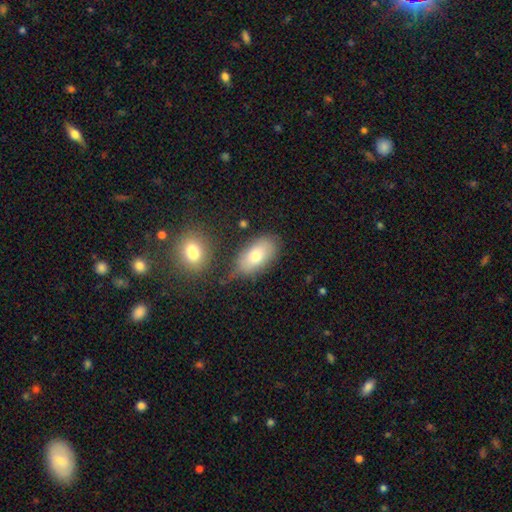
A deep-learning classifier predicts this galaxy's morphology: Q: Smooth or featured?
A: smooth (76%); runner-up: featured or disk (17%)
Q: How rounded?
A: in between (90%); runner-up: round (6%)
Q: Merging?
A: none (65%); runner-up: minor disturbance (19%)